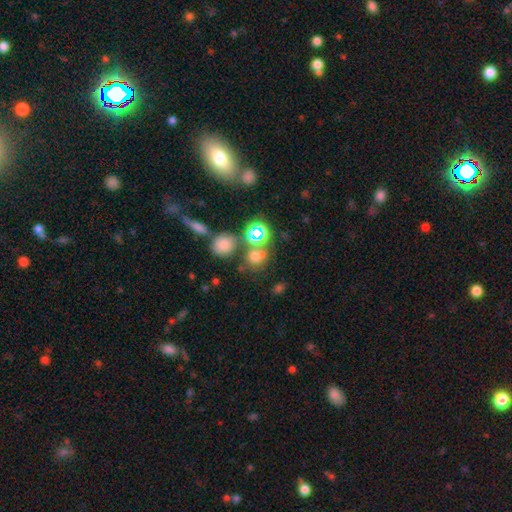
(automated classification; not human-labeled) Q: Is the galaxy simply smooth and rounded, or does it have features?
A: smooth — 62%.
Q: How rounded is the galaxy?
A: round — 74%.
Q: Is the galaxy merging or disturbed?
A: none — 60%.